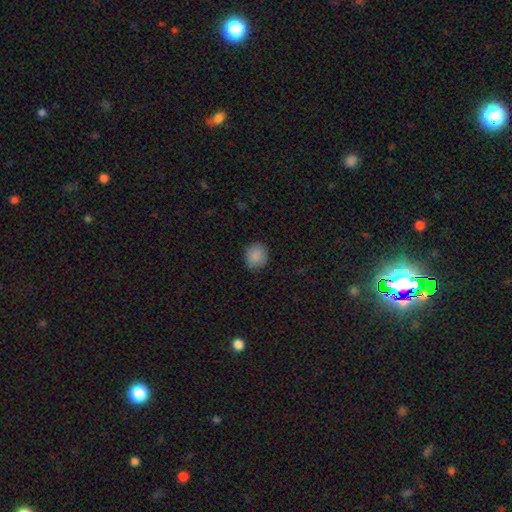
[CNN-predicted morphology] A smooth galaxy with no disk features (87%) that is round (71%). Merging: none (83%).